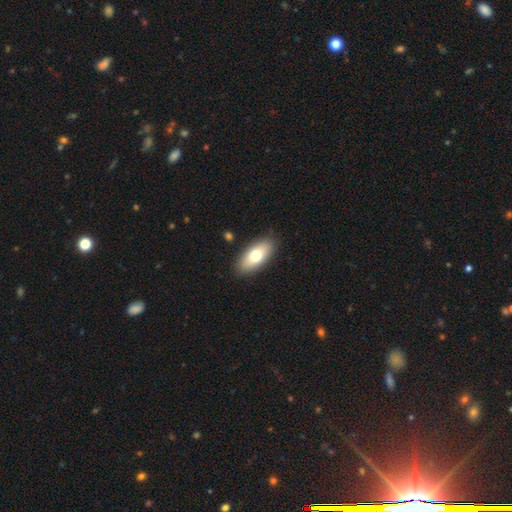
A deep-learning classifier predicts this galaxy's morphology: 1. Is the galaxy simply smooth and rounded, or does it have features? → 72% smooth, 22% featured or disk, 6% star or artifact.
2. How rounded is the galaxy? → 88% in between, 10% cigar-shaped, 3% round.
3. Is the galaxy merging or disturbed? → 88% none, 8% minor disturbance, 2% major disturbance, 1% merger.